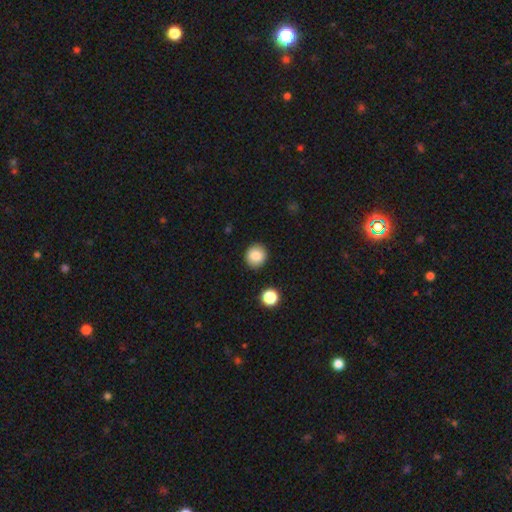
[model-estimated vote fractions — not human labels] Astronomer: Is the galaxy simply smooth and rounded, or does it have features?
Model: smooth — 87%.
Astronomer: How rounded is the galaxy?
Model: round — 88%.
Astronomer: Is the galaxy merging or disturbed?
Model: none — 90%.